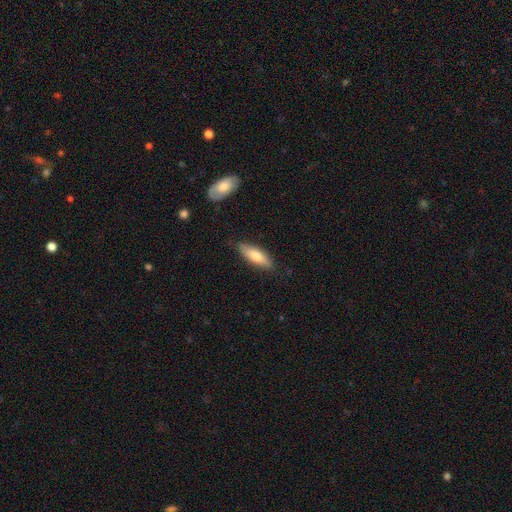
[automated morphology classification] Smooth or featured? smooth (72%)
How rounded? in between (52%)
Merging? none (81%)